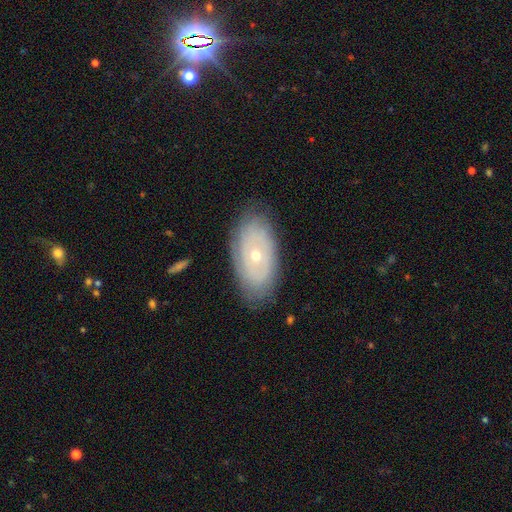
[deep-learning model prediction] featured or disk 62%, smooth 31%, star or artifact 7%. Down the decision tree: edge-on disk — no (90%); bar — no (88%); spiral arms — no (55%); bulge size — small (54%); merging — none (80%).